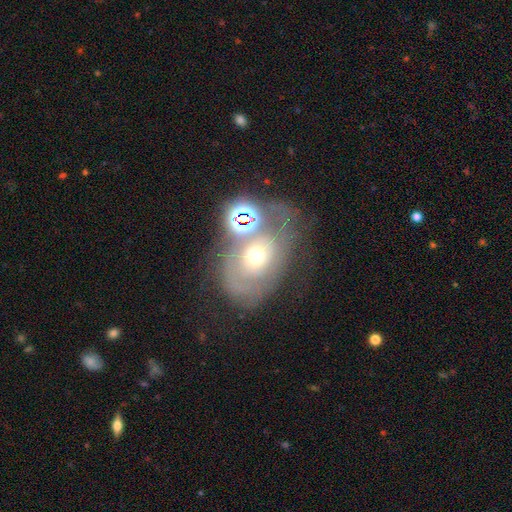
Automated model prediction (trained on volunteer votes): smooth-or-featured: featured or disk: 55% | smooth: 30% | star or artifact: 15%
  disk-edge-on: no: 95% | yes: 5%
    bar: no: 83% | weak: 13% | strong: 4%
    has-spiral-arms: yes: 56% | no: 44%
    bulge-size: moderate: 66% | small: 19% | large: 11% | dominant: 2% | none: 2%
  merging: none: 35% | merger: 23% | major disturbance: 22% | minor disturbance: 20%